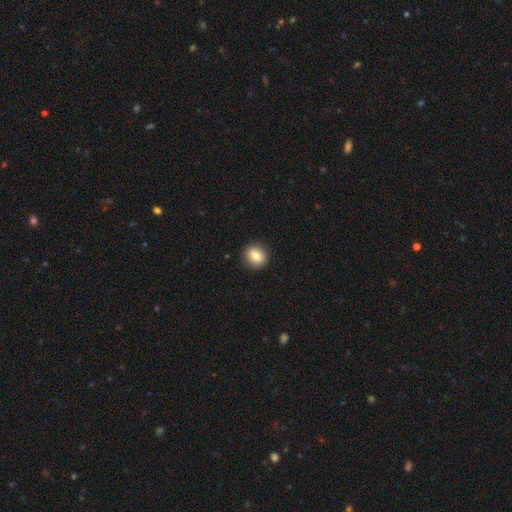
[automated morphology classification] smooth-or-featured: smooth: 81% | featured or disk: 10% | star or artifact: 9%
  how-rounded: round: 81% | in between: 19% | cigar-shaped: 1%
  merging: none: 90% | minor disturbance: 7% | major disturbance: 2% | merger: 1%